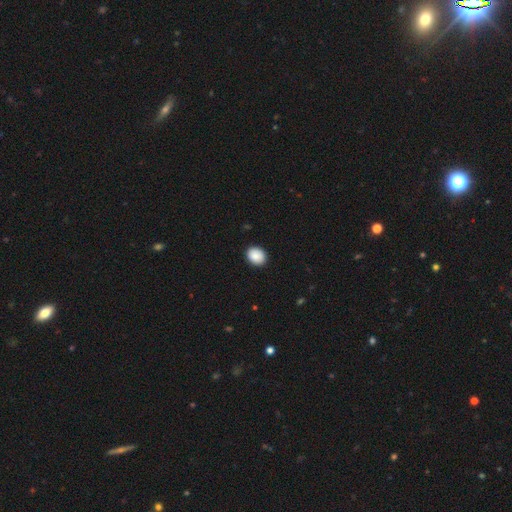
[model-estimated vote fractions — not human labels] The model was most divided on "how rounded": round: 50%, in between: 49%, cigar-shaped: 1%. More confident: merging — none (91%); smooth or featured — smooth (88%).